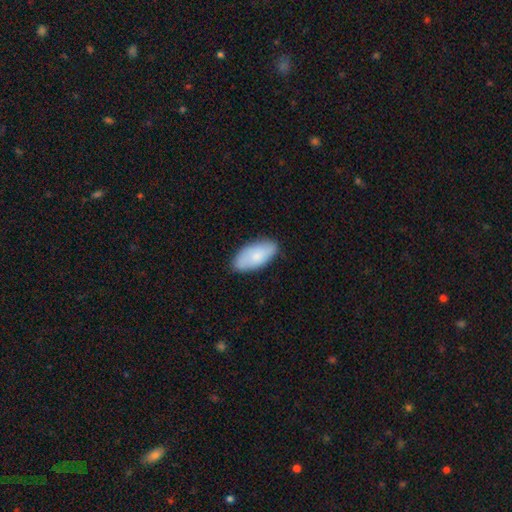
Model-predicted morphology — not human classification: The model was most divided on "smooth or featured": smooth: 80%, featured or disk: 14%, star or artifact: 6%. More confident: how rounded — in between (92%); merging — none (82%).